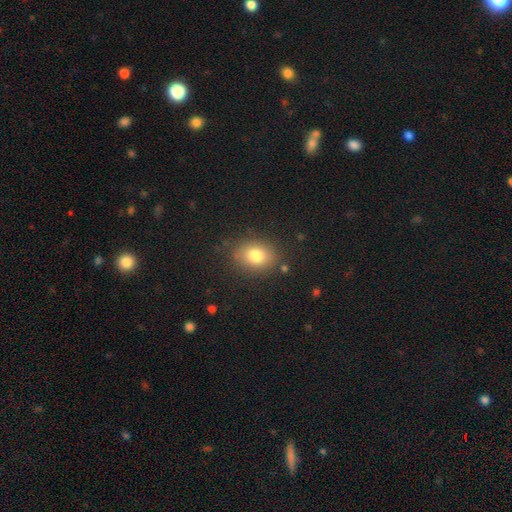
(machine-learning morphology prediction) This appears to be a smooth galaxy with no disk features (79%) that is in between round and cigar-shaped (56%). Merging: none (83%).